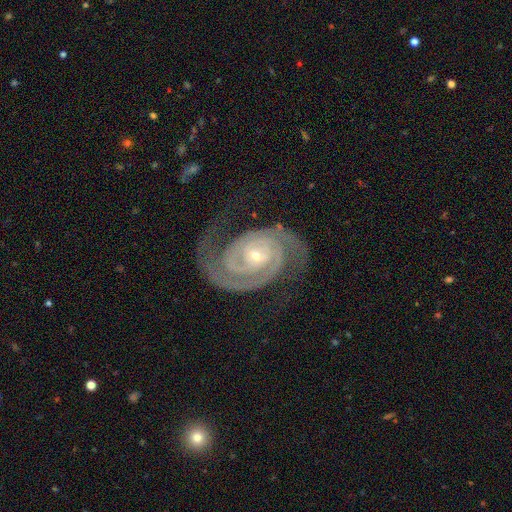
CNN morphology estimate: smooth_or_featured: featured or disk (p=0.93) [alt: star or artifact p=0.04]
disk_edge_on: no (p=0.97) [alt: yes p=0.03]
bar: no (p=0.60) [alt: weak p=0.26]
has_spiral_arms: yes (p=0.99) [alt: no p=0.01]
spiral_winding: tight (p=0.68) [alt: medium p=0.27]
spiral_arm_count: 2 (p=0.86) [alt: 3 p=0.05]
bulge_size: small (p=0.72) [alt: moderate p=0.25]
merging: none (p=0.71) [alt: minor disturbance p=0.16]